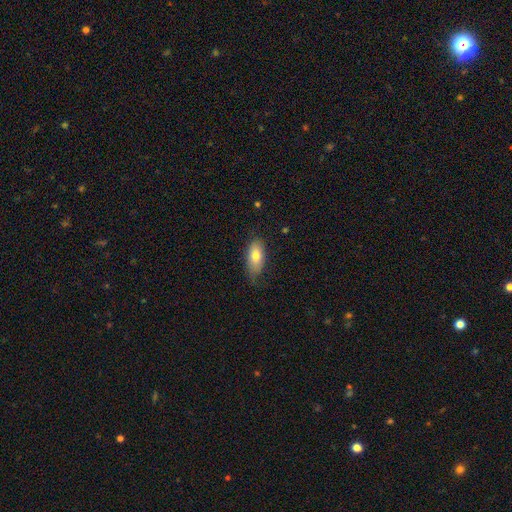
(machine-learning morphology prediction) Overall: smooth (76%). How rounded: in between (89%). Merging: none (69%).